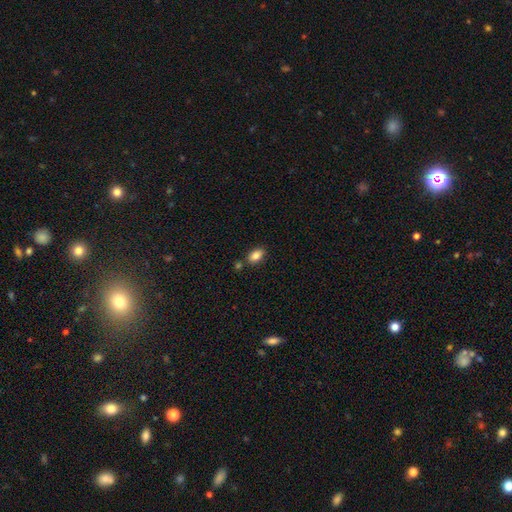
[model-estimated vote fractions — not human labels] This appears to be a smooth galaxy with no disk features (85%) that is in between round and cigar-shaped (89%). Merging: none (74%).